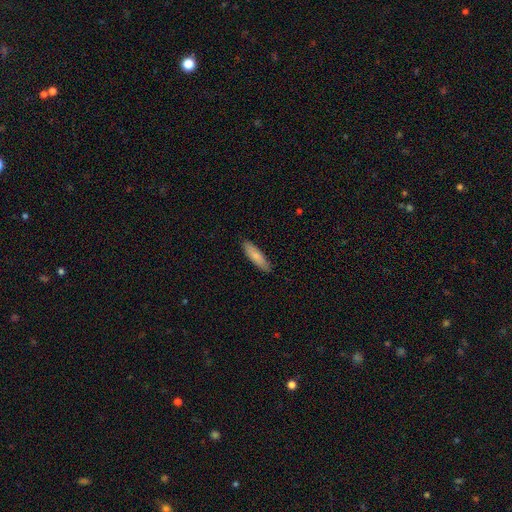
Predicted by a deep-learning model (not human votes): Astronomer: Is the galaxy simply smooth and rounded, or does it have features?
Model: smooth — 81%.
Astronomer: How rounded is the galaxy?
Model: cigar-shaped — 62% (runner-up: in between, 37%).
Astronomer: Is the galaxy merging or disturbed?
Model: none — 87%.